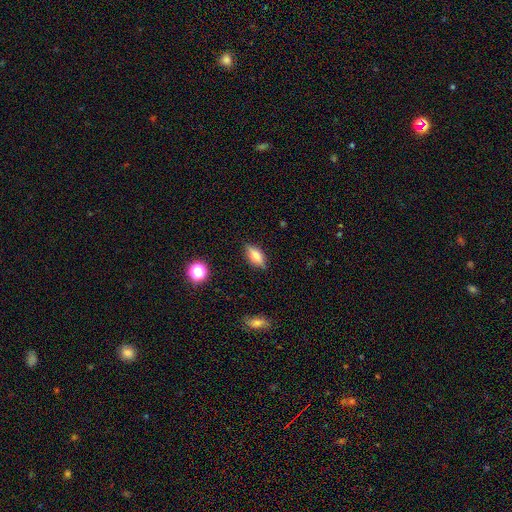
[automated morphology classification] A smooth galaxy with no disk features (57%) that is in between round and cigar-shaped (75%).

Vote fractions:
- Smooth or featured? smooth: 57% / featured or disk: 34% / star or artifact: 10%
- How rounded? in between: 75% / cigar-shaped: 19% / round: 6%
- Merging? none: 82% / minor disturbance: 13% / major disturbance: 3% / merger: 1%